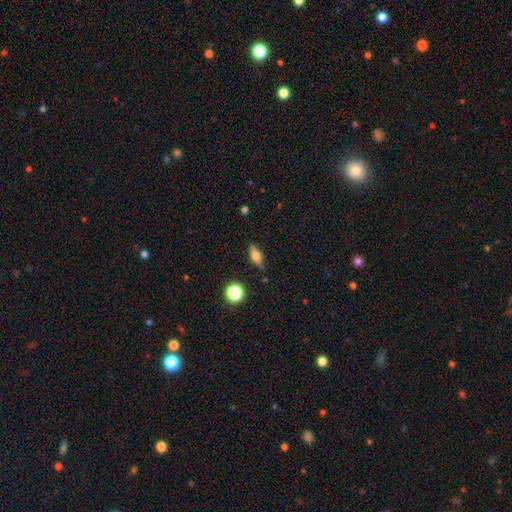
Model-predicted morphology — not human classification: Smooth or featured?
  - smooth: 55% *
  - featured or disk: 35%
  - star or artifact: 10%
How rounded?
  - in between: 63% *
  - cigar-shaped: 29%
  - round: 8%
Merging?
  - none: 83% *
  - minor disturbance: 13%
  - major disturbance: 3%
  - merger: 2%